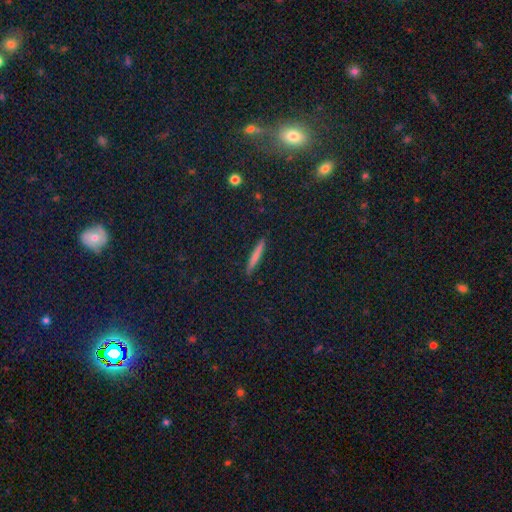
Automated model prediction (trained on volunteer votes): Smooth or featured? Predicted: smooth (p=0.68). How rounded? Predicted: cigar-shaped (p=0.92). Merging? Predicted: none (p=0.90).